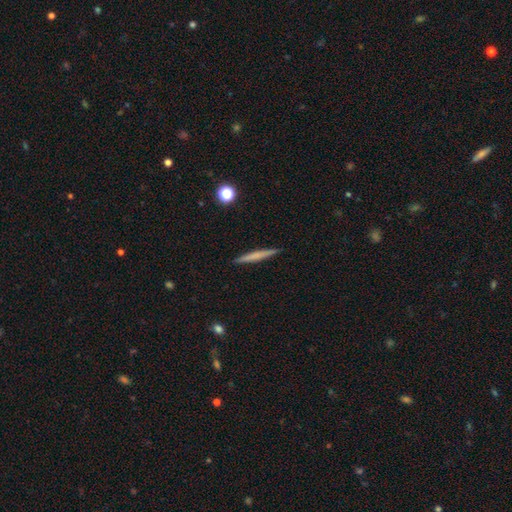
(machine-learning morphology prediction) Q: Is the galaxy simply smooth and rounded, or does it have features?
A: smooth — 58%.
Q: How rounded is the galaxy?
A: cigar-shaped — 96%.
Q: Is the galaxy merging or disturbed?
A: none — 92%.